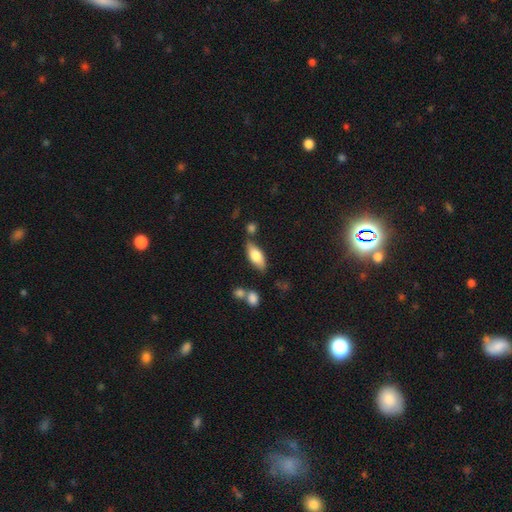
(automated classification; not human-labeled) Smooth or featured? Predicted: smooth (p=0.70). How rounded? Predicted: in between (p=0.81). Merging? Predicted: none (p=0.72).